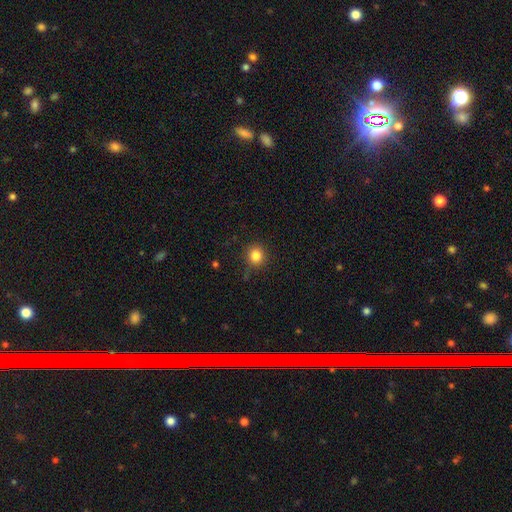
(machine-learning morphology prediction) type=smooth (84%); roundness=round (90%); merging=none (86%).